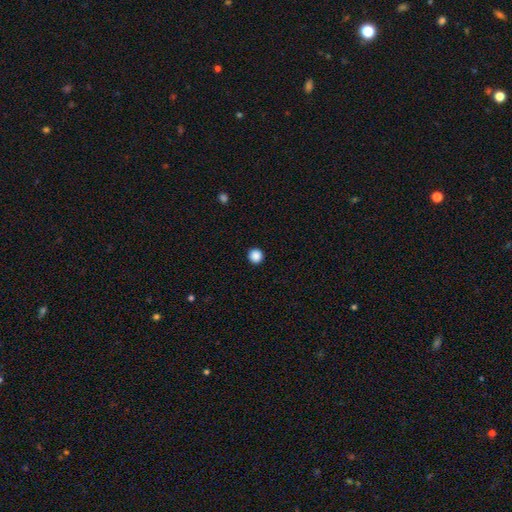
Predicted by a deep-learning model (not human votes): smooth_or_featured: smooth (p=0.88) [alt: star or artifact p=0.10]
how_rounded: round (p=0.95) [alt: in between p=0.04]
merging: none (p=0.94) [alt: minor disturbance p=0.04]